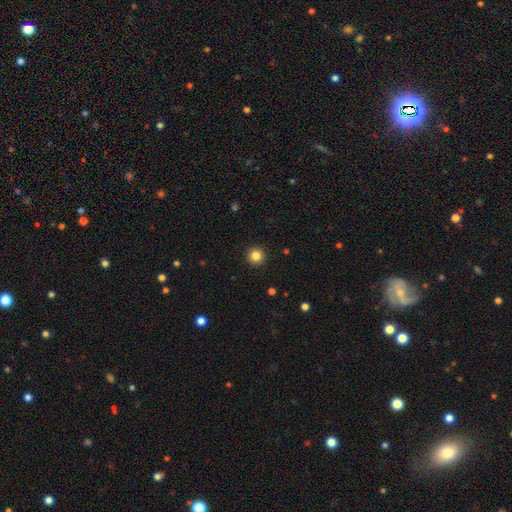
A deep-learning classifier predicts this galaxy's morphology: Smooth or featured?
  - smooth: 84% *
  - star or artifact: 11%
  - featured or disk: 5%
How rounded?
  - round: 96% *
  - in between: 3%
  - cigar-shaped: 1%
Merging?
  - none: 93% *
  - minor disturbance: 4%
  - major disturbance: 2%
  - merger: 1%